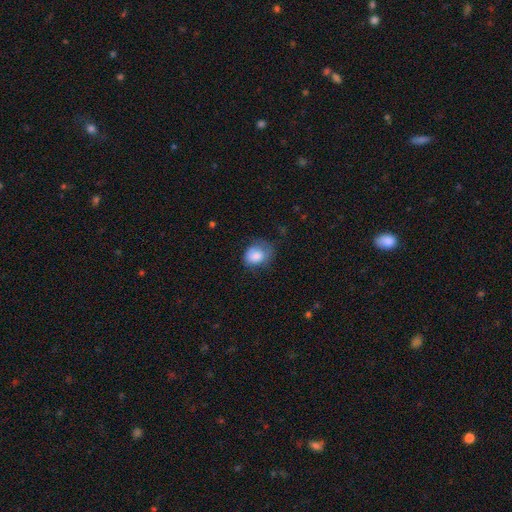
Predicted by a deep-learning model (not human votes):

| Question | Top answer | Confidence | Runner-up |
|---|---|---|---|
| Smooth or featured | smooth | 82% | featured or disk (10%) |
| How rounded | in between | 50% | round (49%) |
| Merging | none | 46% | minor disturbance (35%) |